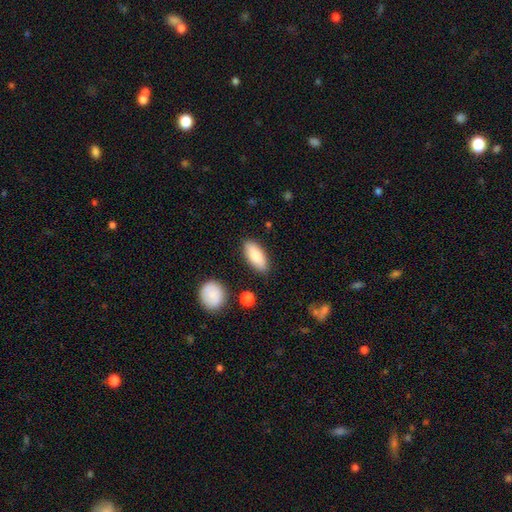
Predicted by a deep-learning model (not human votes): Smooth or featured? smooth (83%)
How rounded? in between (81%)
Merging? none (86%)